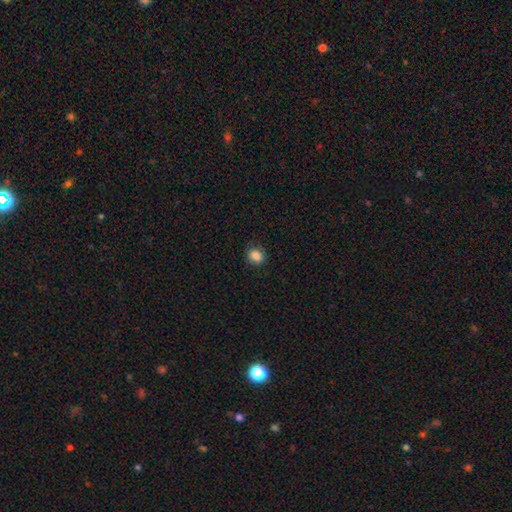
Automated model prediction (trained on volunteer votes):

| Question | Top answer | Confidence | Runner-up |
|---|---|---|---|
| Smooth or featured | smooth | 86% | star or artifact (10%) |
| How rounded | round | 61% | in between (38%) |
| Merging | none | 83% | minor disturbance (13%) |